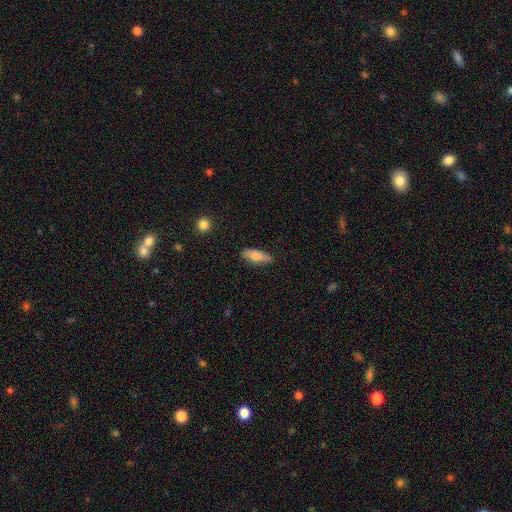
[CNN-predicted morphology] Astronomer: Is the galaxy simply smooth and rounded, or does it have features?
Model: smooth — 74%.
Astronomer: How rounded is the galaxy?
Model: in between — 62%.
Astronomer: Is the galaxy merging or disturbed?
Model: none — 84%.